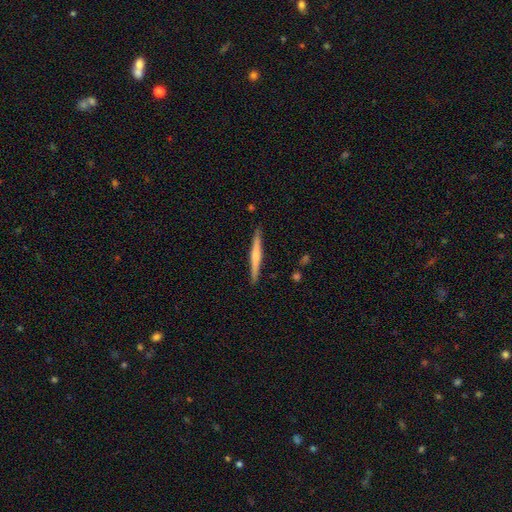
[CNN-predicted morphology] This is possibly a featured or disk galaxy (50%). Merging: clearly none (90%).